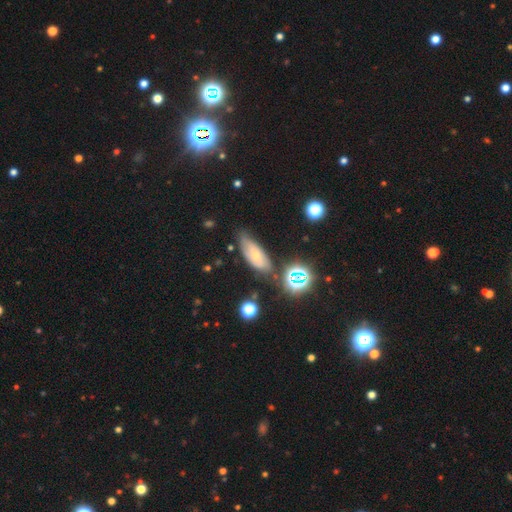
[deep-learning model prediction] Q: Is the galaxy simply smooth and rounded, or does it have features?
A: smooth — 49%.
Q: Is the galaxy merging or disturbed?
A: none — 61%.